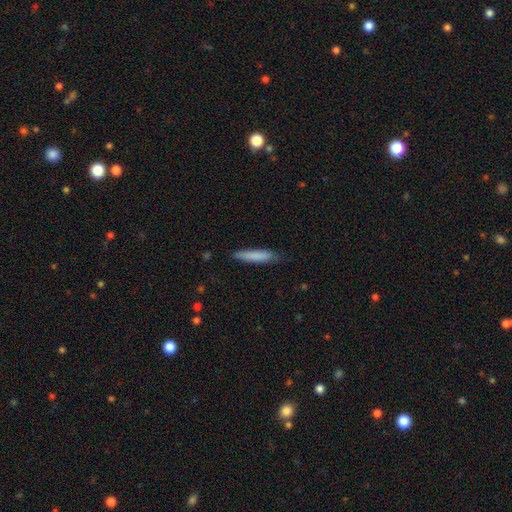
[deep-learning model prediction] Q: Smooth or featured?
A: smooth (82%); runner-up: featured or disk (12%)
Q: How rounded?
A: cigar-shaped (88%); runner-up: in between (11%)
Q: Merging?
A: none (80%); runner-up: minor disturbance (16%)